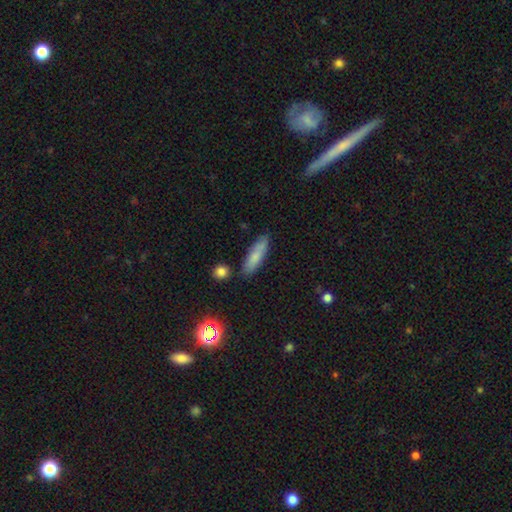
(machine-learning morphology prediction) Overall: smooth (79%). How rounded: cigar-shaped (60%; in between 37%). Merging: none (82%).